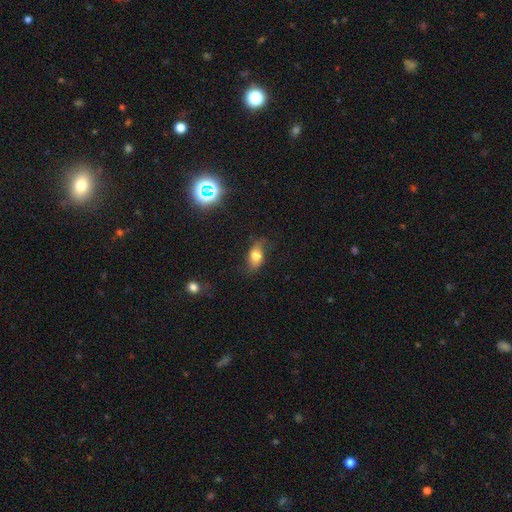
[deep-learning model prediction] smooth-or-featured: smooth: 69% | featured or disk: 20% | star or artifact: 11%
  how-rounded: in between: 83% | round: 12% | cigar-shaped: 5%
  merging: none: 70% | minor disturbance: 21% | major disturbance: 7% | merger: 2%